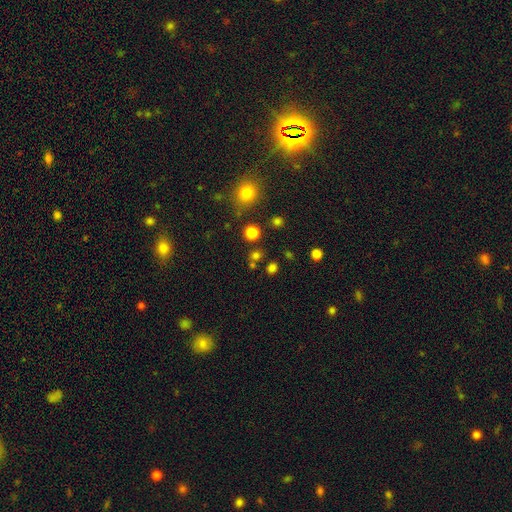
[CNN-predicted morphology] A smooth galaxy with no disk features (76%) that is round (85%). Merging: none (79%).